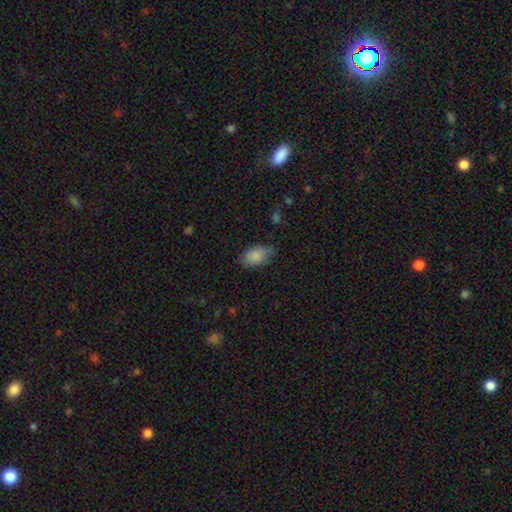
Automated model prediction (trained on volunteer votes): Smooth or featured? smooth (86%)
How rounded? in between (91%)
Merging? none (73%)